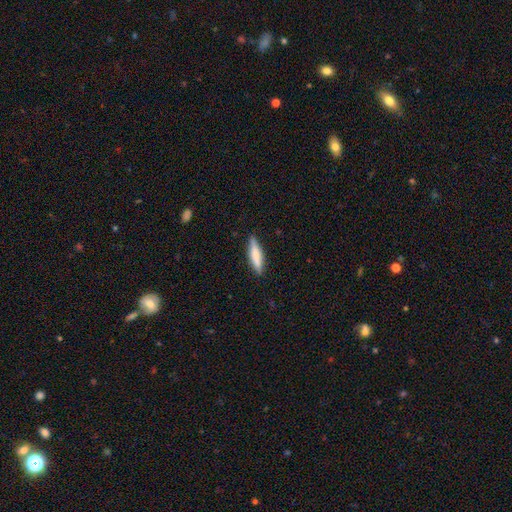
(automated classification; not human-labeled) Morphology: type=smooth (70%); roundness=cigar-shaped (75%); merging=none (84%).